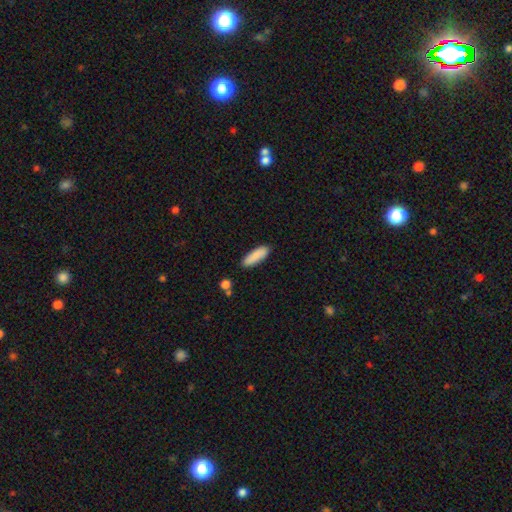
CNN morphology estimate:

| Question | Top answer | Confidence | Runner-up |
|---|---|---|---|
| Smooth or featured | smooth | 88% | featured or disk (6%) |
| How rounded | in between | 51% | cigar-shaped (47%) |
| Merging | none | 87% | minor disturbance (9%) |